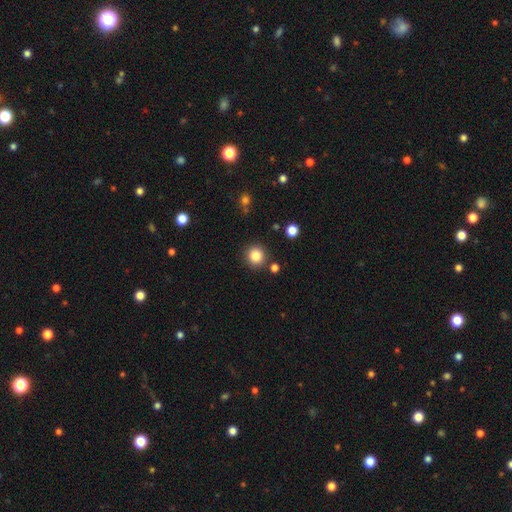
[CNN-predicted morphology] smooth 85%, star or artifact 10%, featured or disk 5%. Down the decision tree: how rounded — round (93%); merging — none (87%).